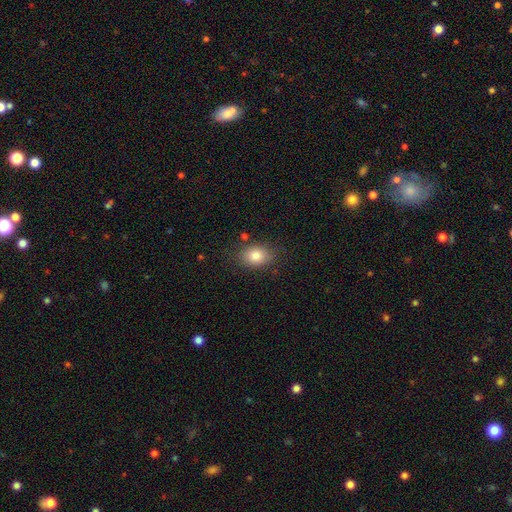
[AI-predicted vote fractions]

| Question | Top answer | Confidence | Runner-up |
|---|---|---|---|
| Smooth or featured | smooth | 83% | star or artifact (9%) |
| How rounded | in between | 72% | round (27%) |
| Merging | none | 79% | minor disturbance (14%) |